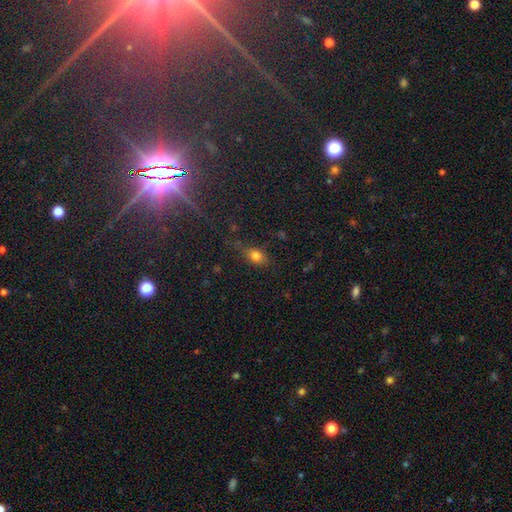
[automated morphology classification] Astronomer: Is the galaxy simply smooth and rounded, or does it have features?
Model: smooth — 76%.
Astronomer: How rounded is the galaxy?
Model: in between — 68%.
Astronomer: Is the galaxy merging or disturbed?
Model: none — 67%.